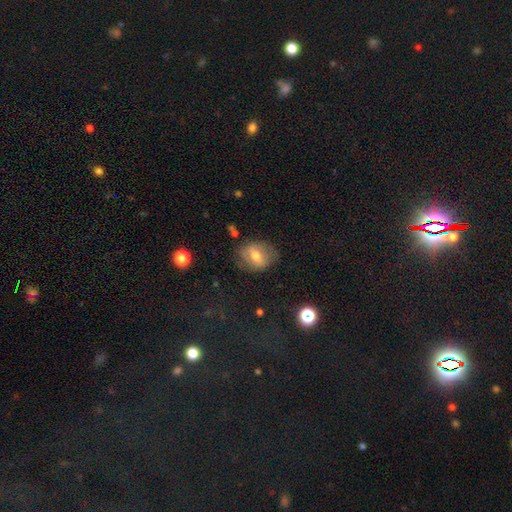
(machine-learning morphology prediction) This is possibly a smooth galaxy (49%). Merging: likely none (70%).